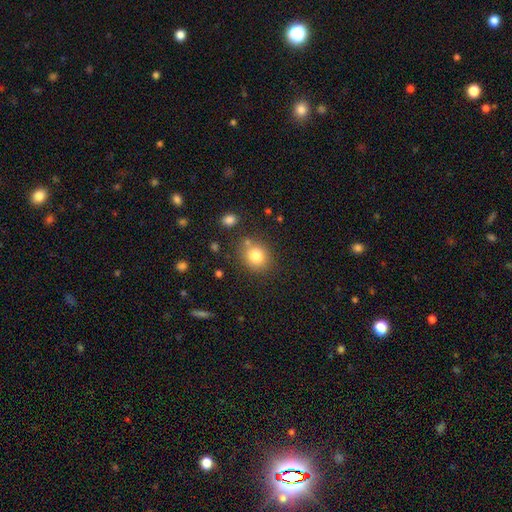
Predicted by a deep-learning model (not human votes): smooth_or_featured: smooth (p=0.81) [alt: star or artifact p=0.11]
how_rounded: round (p=0.73) [alt: in between p=0.26]
merging: none (p=0.75) [alt: minor disturbance p=0.12]